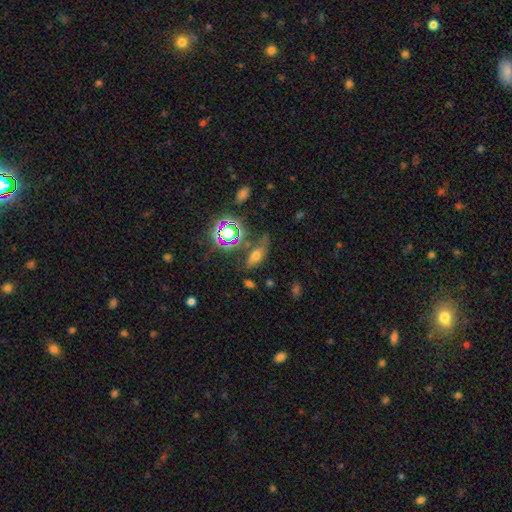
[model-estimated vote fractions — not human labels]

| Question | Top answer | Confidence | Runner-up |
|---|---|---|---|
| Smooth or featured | smooth | 51% | star or artifact (26%) |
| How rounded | in between | 65% | cigar-shaped (24%) |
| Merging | none | 63% | minor disturbance (20%) |